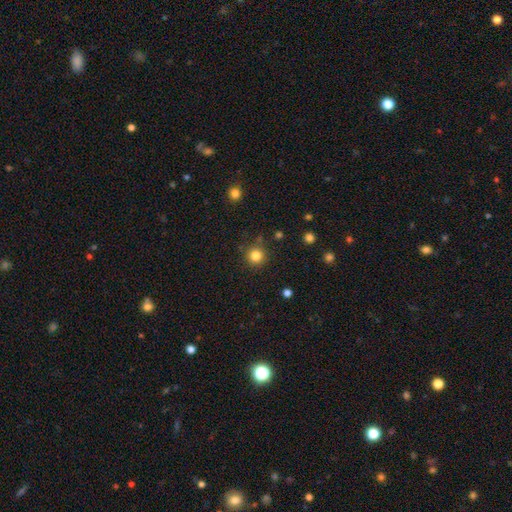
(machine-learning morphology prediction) Q: Smooth or featured?
A: smooth (83%); runner-up: star or artifact (12%)
Q: How rounded?
A: round (95%); runner-up: in between (4%)
Q: Merging?
A: none (87%); runner-up: minor disturbance (7%)